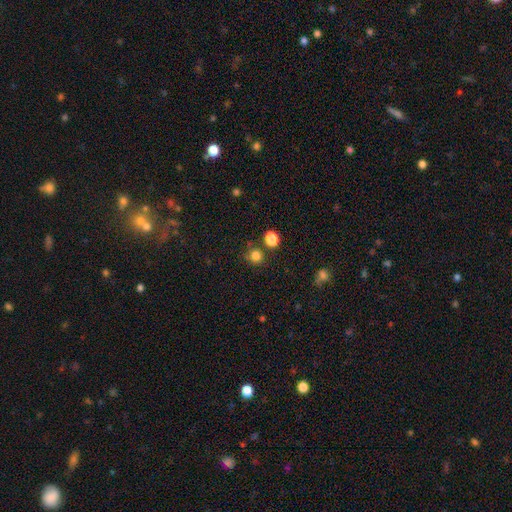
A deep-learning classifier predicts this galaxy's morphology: Smooth or featured? Predicted: smooth (p=0.80). How rounded? Predicted: round (p=0.86). Merging? Predicted: none (p=0.72).